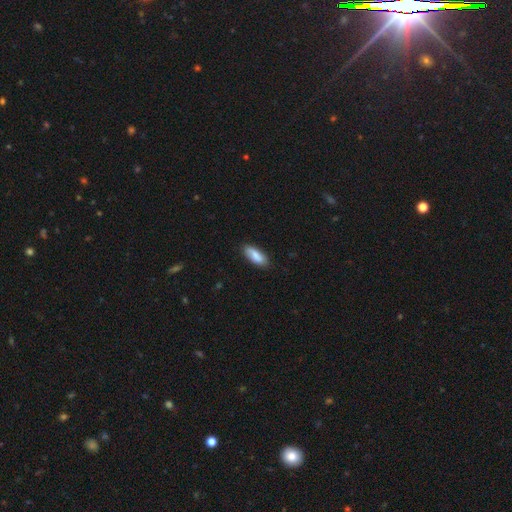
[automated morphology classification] type=smooth (84%); roundness=in between (75%); merging=none (84%).